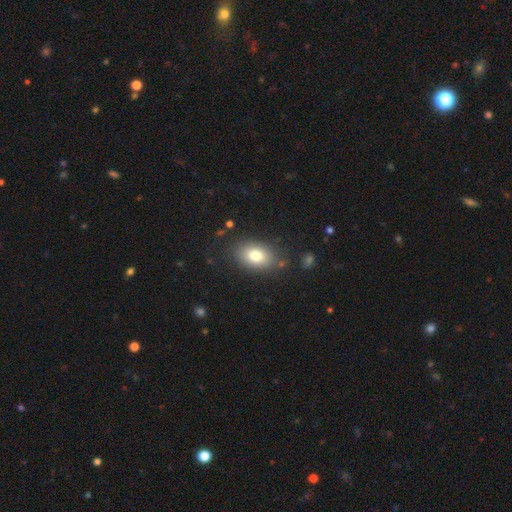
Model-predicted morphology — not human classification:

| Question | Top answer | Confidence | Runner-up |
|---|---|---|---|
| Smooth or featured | smooth | 80% | featured or disk (12%) |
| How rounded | in between | 85% | round (13%) |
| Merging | none | 82% | minor disturbance (12%) |